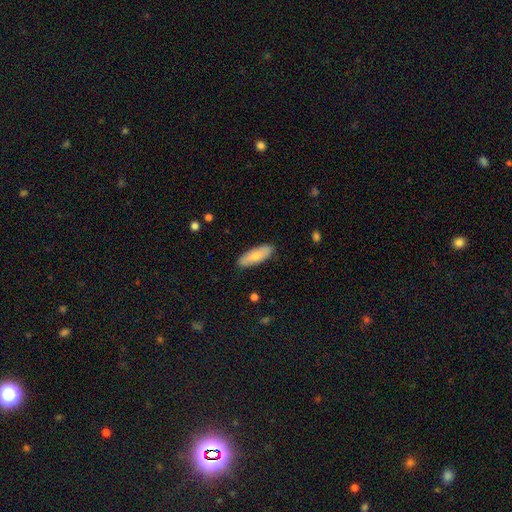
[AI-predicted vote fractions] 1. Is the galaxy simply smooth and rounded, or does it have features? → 72% smooth, 23% featured or disk, 5% star or artifact.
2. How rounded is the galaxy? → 67% in between, 31% cigar-shaped, 2% round.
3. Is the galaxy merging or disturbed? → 87% none, 10% minor disturbance, 2% major disturbance, 1% merger.